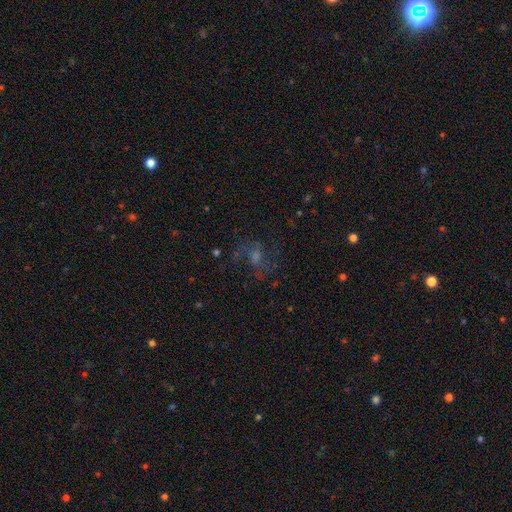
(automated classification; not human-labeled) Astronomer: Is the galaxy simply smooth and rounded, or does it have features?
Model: featured or disk — 50% (runner-up: star or artifact, 27%).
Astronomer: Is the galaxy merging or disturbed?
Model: none — 61%.